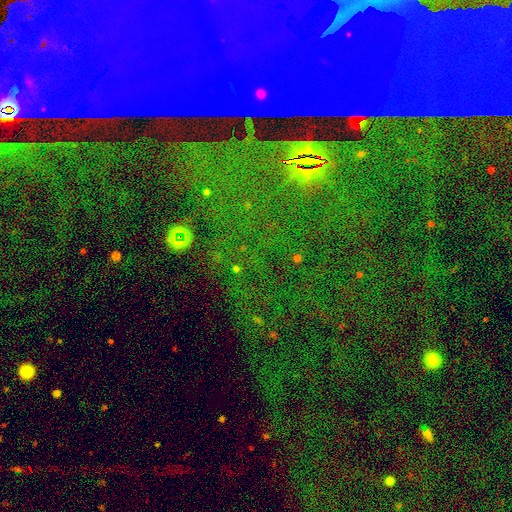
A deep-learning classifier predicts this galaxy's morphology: Smooth or featured? star or artifact (75%)